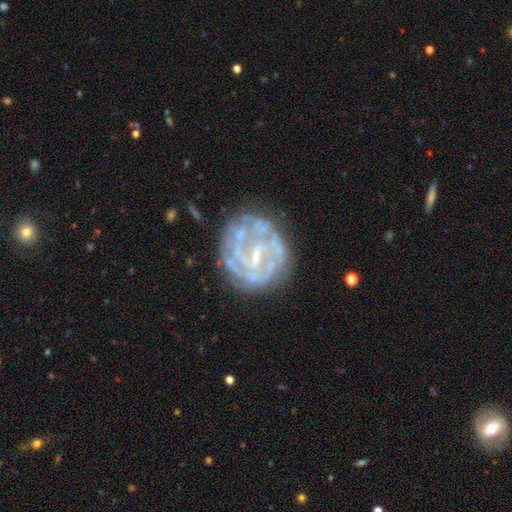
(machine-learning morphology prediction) Q: Smooth or featured?
A: featured or disk (82%); runner-up: smooth (10%)
Q: Edge-on disk?
A: no (98%); runner-up: yes (2%)
Q: Bar?
A: weak (47%); runner-up: strong (28%)
Q: Spiral arms?
A: yes (81%); runner-up: no (19%)
Q: Spiral winding?
A: tight (59%); runner-up: medium (31%)
Q: Spiral arm count?
A: can't tell (39%); runner-up: 2 (26%)
Q: Bulge size?
A: small (55%); runner-up: none (24%)
Q: Merging?
A: none (69%); runner-up: minor disturbance (17%)